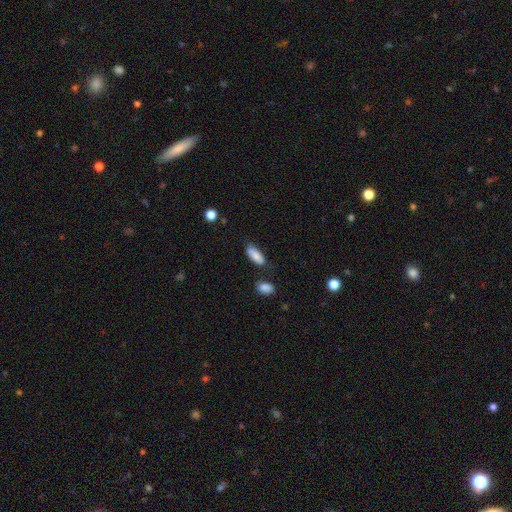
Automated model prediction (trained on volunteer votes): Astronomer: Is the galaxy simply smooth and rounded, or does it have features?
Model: smooth — 86%.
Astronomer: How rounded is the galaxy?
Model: in between — 73%.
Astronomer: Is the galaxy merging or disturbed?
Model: none — 71%.